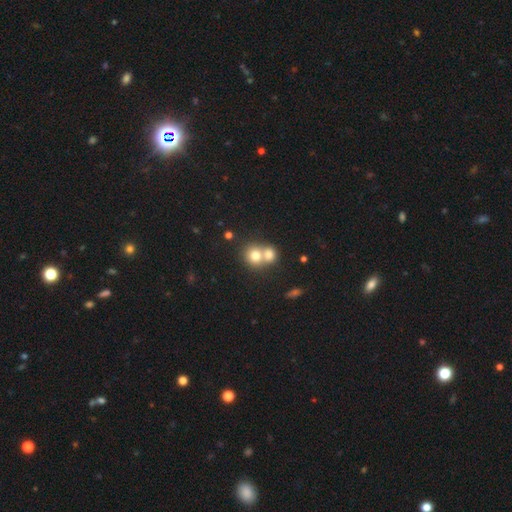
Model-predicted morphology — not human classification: smooth 73%, featured or disk 17%, star or artifact 11%. Down the decision tree: how rounded — round (78%); merging — merger (63%).